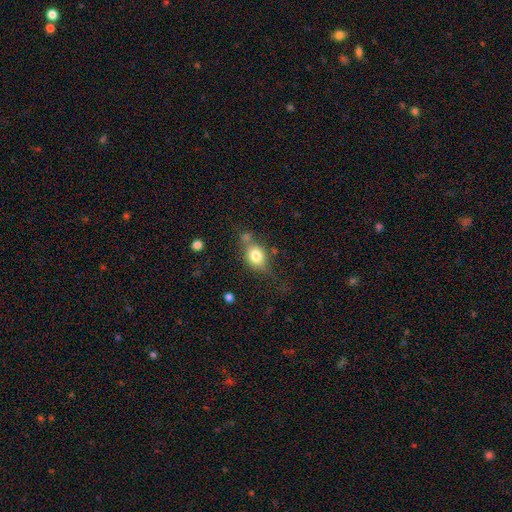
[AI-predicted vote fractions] Morphology: type=smooth (78%); roundness=in between (58%); merging=none (56%).